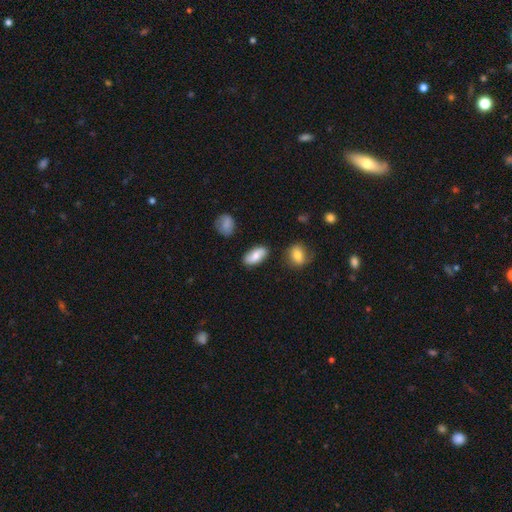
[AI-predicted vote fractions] A smooth galaxy with no disk features (73%) that is in between round and cigar-shaped (87%).

Vote fractions:
- Smooth or featured? smooth: 73% / featured or disk: 20% / star or artifact: 7%
- How rounded? in between: 87% / cigar-shaped: 8% / round: 4%
- Merging? none: 82% / minor disturbance: 12% / merger: 3% / major disturbance: 3%